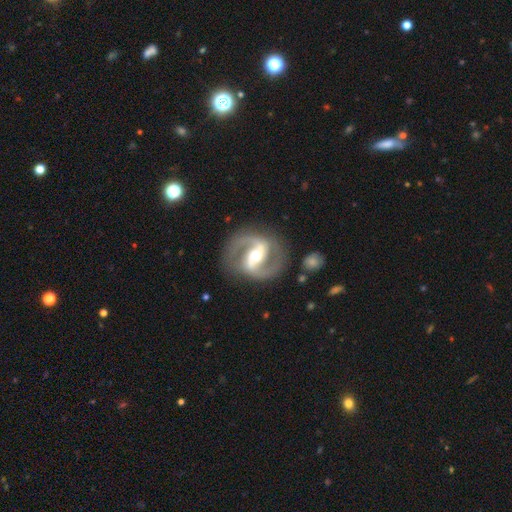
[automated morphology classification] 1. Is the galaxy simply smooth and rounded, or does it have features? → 92% featured or disk, 4% smooth, 4% star or artifact.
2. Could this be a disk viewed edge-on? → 98% no, 2% yes.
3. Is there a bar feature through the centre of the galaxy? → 53% strong, 33% weak, 14% no.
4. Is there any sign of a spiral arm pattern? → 97% yes, 3% no.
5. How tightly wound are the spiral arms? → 61% medium, 20% loose, 18% tight.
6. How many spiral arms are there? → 94% 2, 2% can't tell, 1% 1, 1% 3, 1% 4, 1% more than 4.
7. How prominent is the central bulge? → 69% moderate, 21% small, 8% large, 1% dominant, 1% none.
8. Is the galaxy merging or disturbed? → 84% none, 10% minor disturbance, 4% major disturbance, 2% merger.